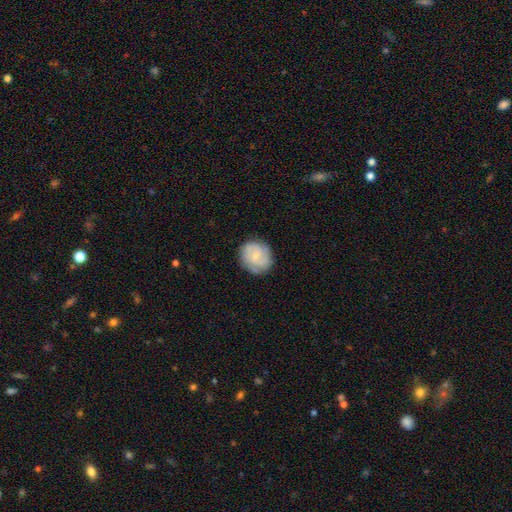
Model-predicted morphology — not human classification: Overall: smooth (47%; featured or disk 46%). Merging: none (79%).